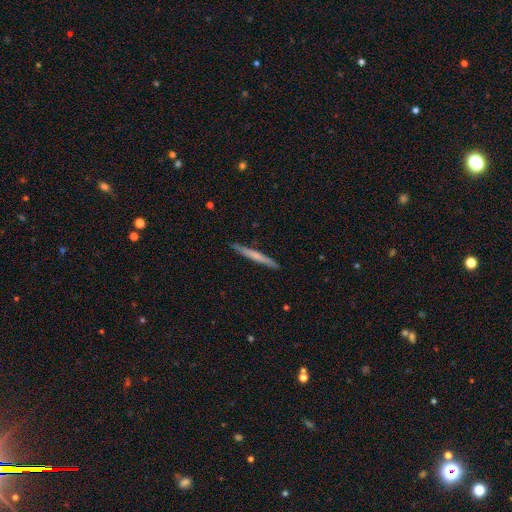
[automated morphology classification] A smooth galaxy with no disk features (51%) that is cigar-shaped (97%).

Vote fractions:
- Smooth or featured? smooth: 51% / featured or disk: 44% / star or artifact: 6%
- How rounded? cigar-shaped: 97% / in between: 2% / round: 1%
- Merging? none: 90% / minor disturbance: 7% / major disturbance: 1% / merger: 1%